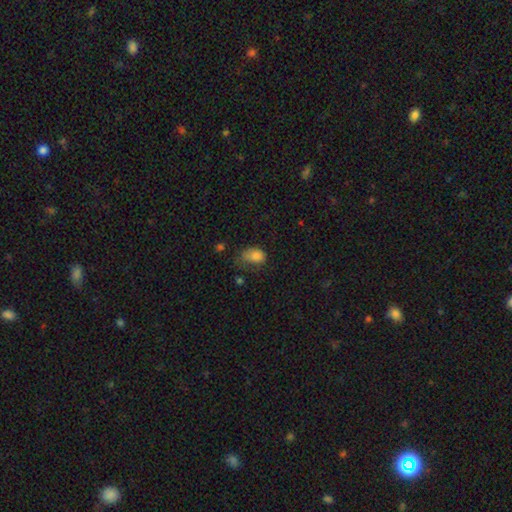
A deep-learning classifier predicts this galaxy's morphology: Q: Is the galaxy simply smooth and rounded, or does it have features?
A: smooth — 81%.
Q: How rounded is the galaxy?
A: in between — 84%.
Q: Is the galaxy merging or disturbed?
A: minor disturbance — 37%.